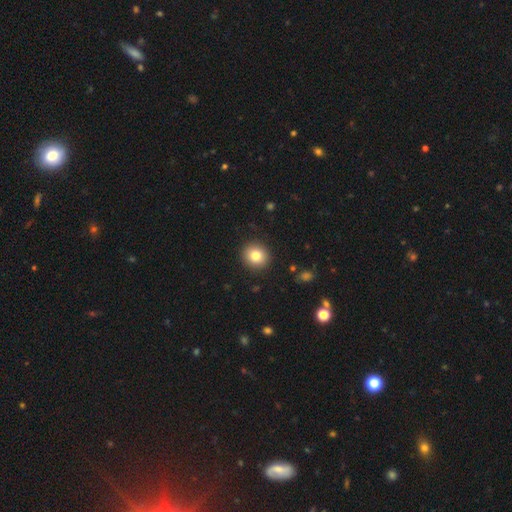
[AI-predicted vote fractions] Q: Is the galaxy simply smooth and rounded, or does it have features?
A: smooth — 81%.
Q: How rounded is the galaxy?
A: round — 87%.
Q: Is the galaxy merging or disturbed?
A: none — 91%.